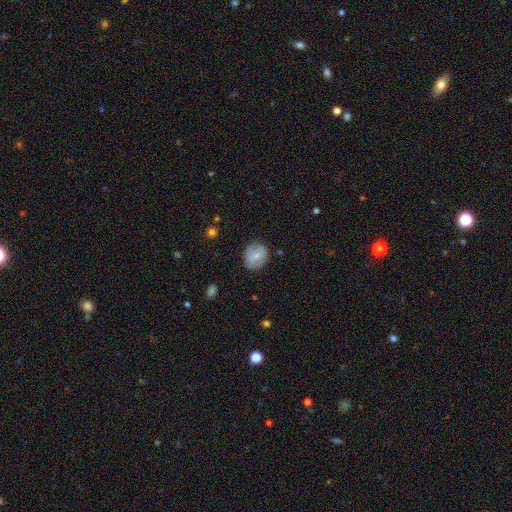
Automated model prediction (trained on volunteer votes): Smooth or featured? smooth (58%)
How rounded? round (59%)
Merging? none (79%)